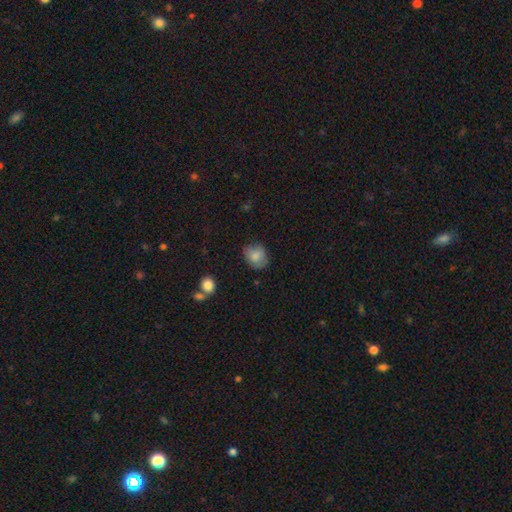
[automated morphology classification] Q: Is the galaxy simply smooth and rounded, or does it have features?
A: smooth — 82%.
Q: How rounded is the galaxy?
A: round — 52%.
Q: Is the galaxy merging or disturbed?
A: none — 71%.